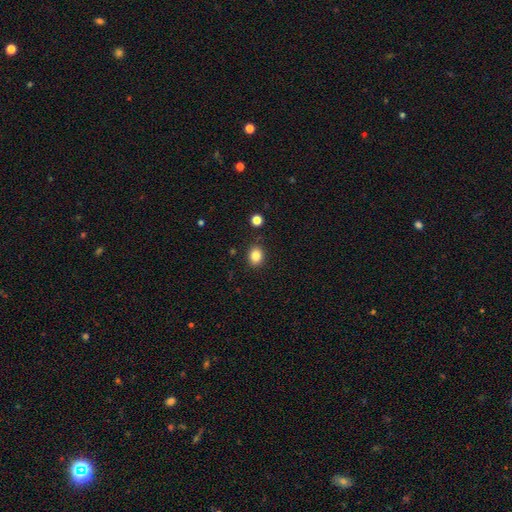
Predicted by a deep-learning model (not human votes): smooth 85%, star or artifact 10%, featured or disk 5%. Down the decision tree: how rounded — in between (51%); merging — none (86%).